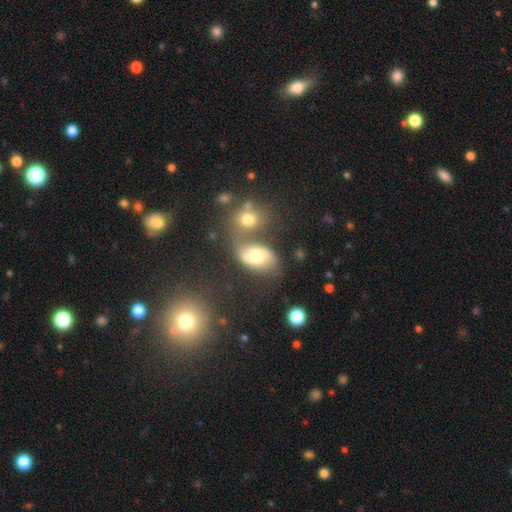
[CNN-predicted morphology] Overall: smooth (45%; featured or disk 43%). Merging: none (44%; merger 30%).